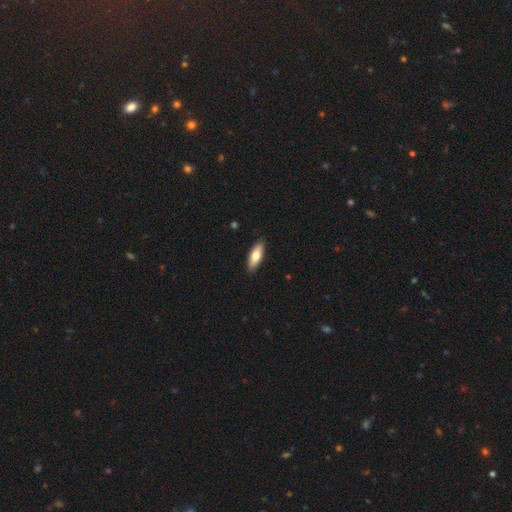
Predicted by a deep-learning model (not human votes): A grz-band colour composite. It shows a smooth galaxy with no disk features (73%) that is in between round and cigar-shaped (59%). Merging: none (89%).